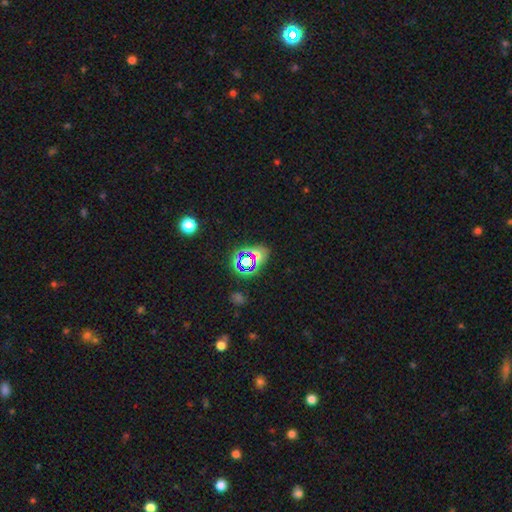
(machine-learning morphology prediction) A star or artifact, not a galaxy (58%).